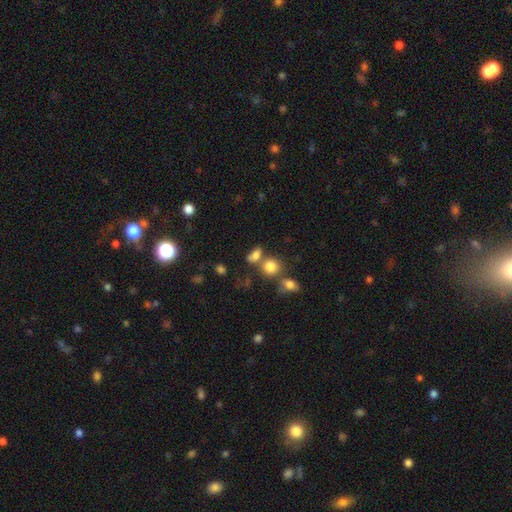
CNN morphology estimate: type=smooth (78%); roundness=in between (64%); merging=none (49%).